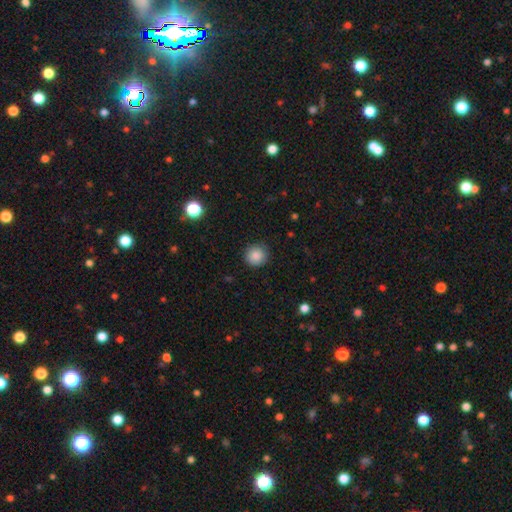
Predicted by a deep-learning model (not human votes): Q: Smooth or featured?
A: smooth (87%); runner-up: star or artifact (9%)
Q: How rounded?
A: round (93%); runner-up: in between (6%)
Q: Merging?
A: none (89%); runner-up: minor disturbance (8%)